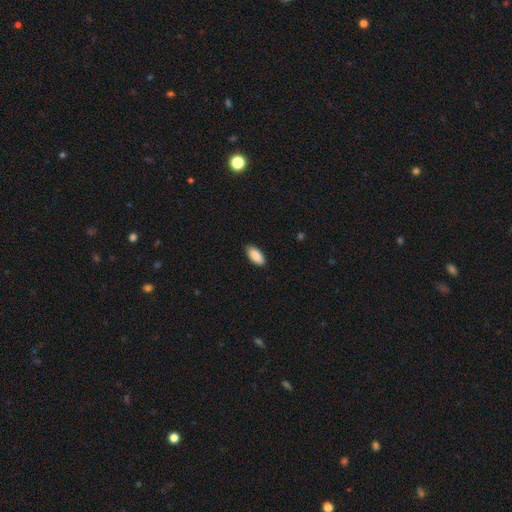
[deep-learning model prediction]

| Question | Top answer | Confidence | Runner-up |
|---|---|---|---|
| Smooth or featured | smooth | 90% | star or artifact (6%) |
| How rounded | in between | 91% | cigar-shaped (7%) |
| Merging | none | 87% | minor disturbance (10%) |